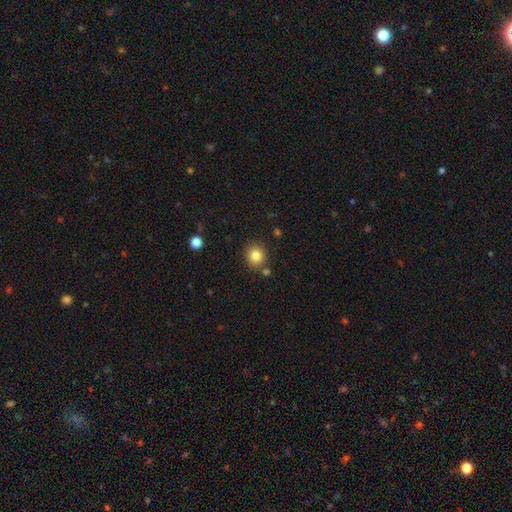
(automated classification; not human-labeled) Smooth or featured? smooth (83%)
How rounded? round (85%)
Merging? none (83%)